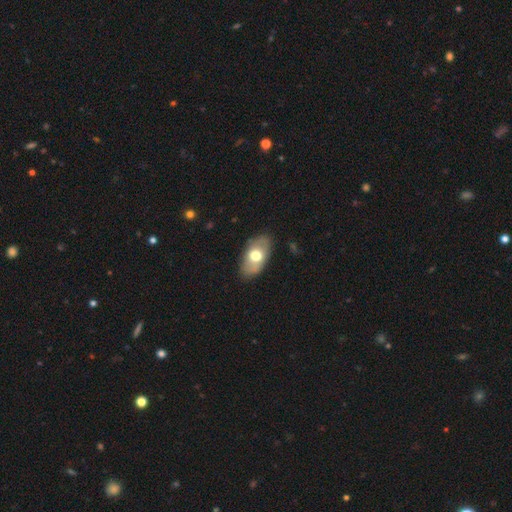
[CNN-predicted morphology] A smooth galaxy with no disk features (60%) that is in between round and cigar-shaped (92%). Merging: none (82%).